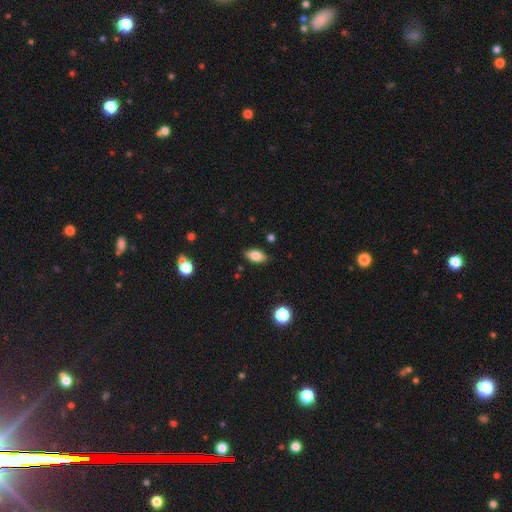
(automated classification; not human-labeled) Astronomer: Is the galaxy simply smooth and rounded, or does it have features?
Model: smooth — 78%.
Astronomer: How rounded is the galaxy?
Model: in between — 89%.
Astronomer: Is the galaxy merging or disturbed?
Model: none — 84%.